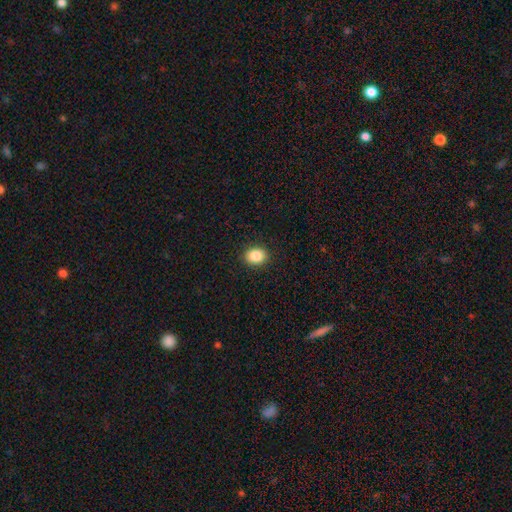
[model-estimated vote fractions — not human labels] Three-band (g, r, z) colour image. It shows a smooth galaxy with no disk features (87%) that is in between round and cigar-shaped (52%). Merging: none (90%).